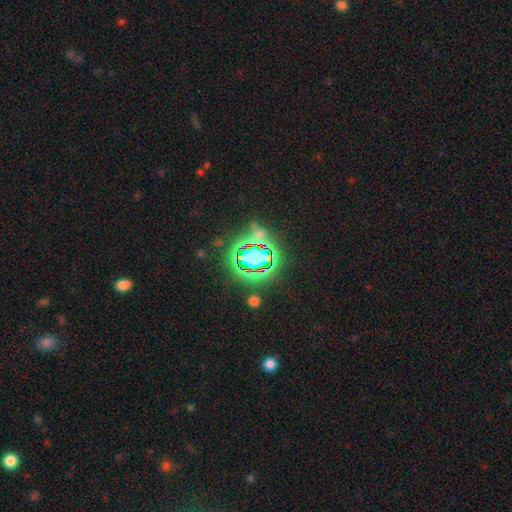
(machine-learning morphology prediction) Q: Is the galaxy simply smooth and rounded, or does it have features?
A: star or artifact — 78%.